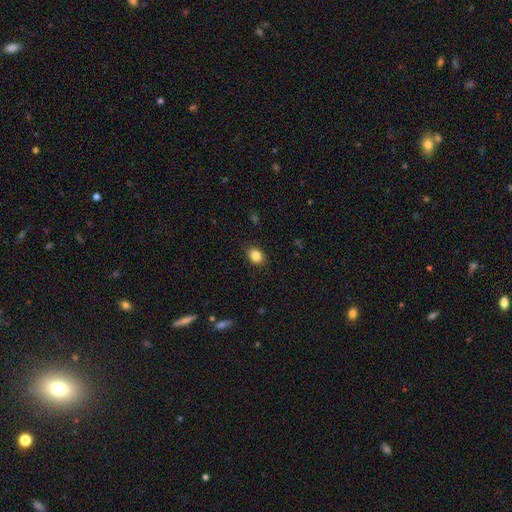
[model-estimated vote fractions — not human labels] Smooth or featured: smooth — 85% (star or artifact — 10%)
How rounded: in between — 64% (round — 35%)
Merging: none — 88% (minor disturbance — 8%)